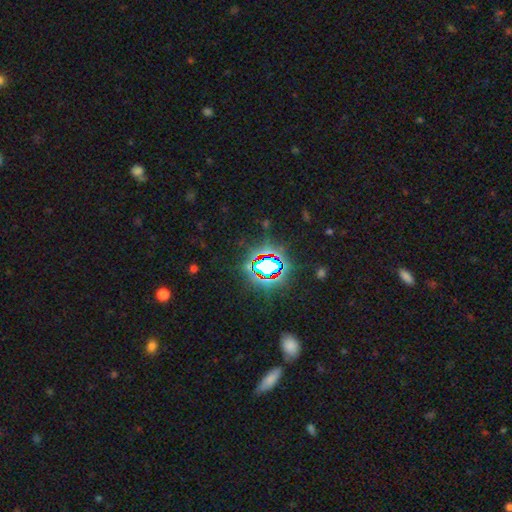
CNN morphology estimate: Q: Smooth or featured?
A: star or artifact (78%); runner-up: smooth (14%)